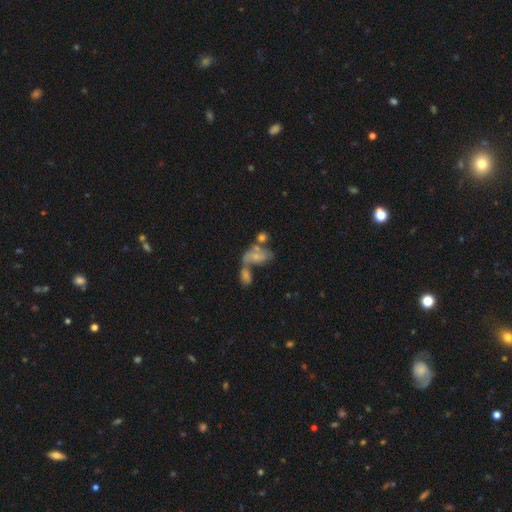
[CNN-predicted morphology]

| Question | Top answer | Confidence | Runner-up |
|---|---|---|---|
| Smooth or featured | smooth | 48% | featured or disk (39%) |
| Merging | merger | 54% | none (20%) |